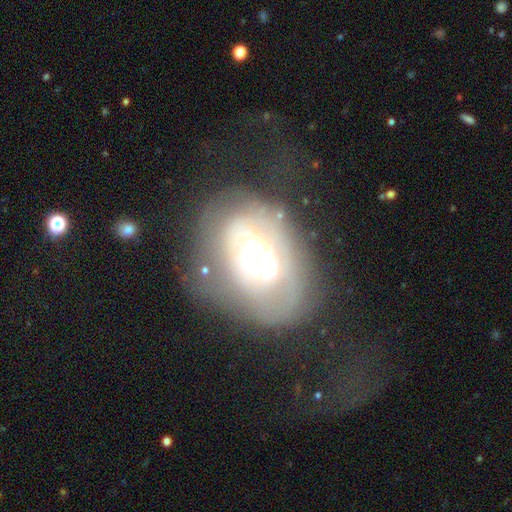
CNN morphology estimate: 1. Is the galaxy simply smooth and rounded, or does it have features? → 52% featured or disk, 36% smooth, 12% star or artifact.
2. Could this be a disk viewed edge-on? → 95% no, 5% yes.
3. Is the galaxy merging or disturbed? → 40% none, 31% major disturbance, 24% minor disturbance, 6% merger.